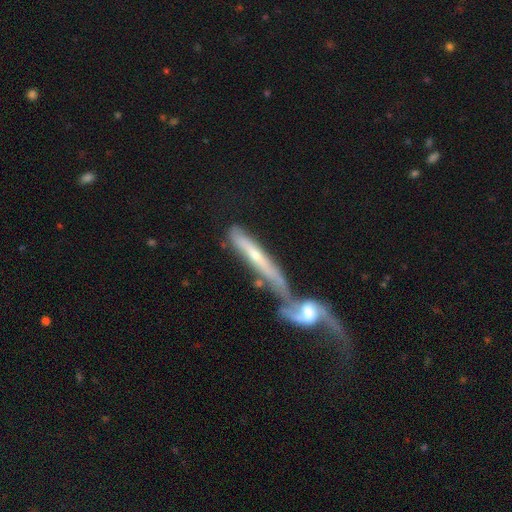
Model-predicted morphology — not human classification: A featured or disk galaxy (67%) viewed edge-on (62%). Merging: merger (62%).